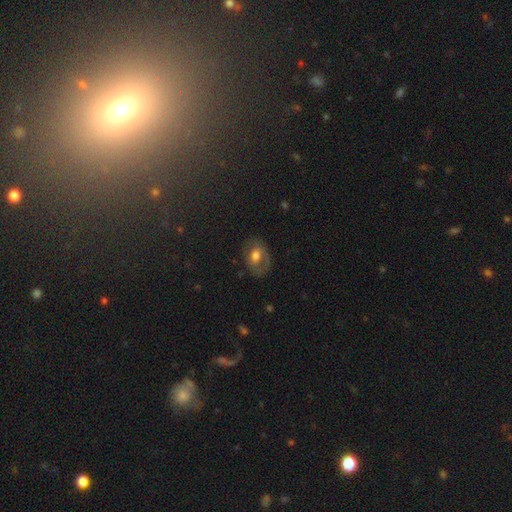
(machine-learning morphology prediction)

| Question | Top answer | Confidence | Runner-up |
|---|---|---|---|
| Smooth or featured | smooth | 52% | featured or disk (38%) |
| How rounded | in between | 68% | round (31%) |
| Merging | none | 66% | minor disturbance (20%) |